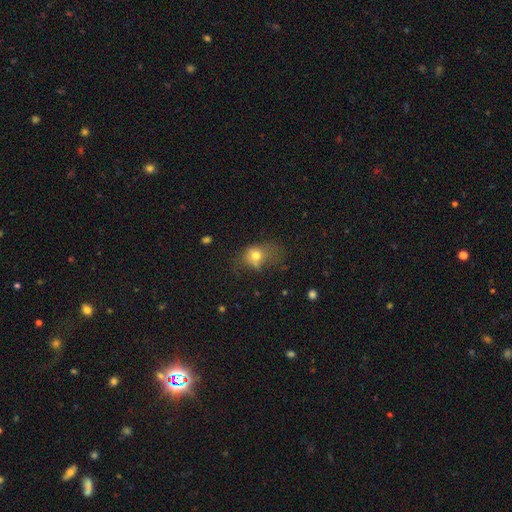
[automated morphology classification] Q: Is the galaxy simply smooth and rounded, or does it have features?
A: smooth — 70%.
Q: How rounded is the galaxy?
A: in between — 50%.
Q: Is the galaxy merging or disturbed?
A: major disturbance — 37%.